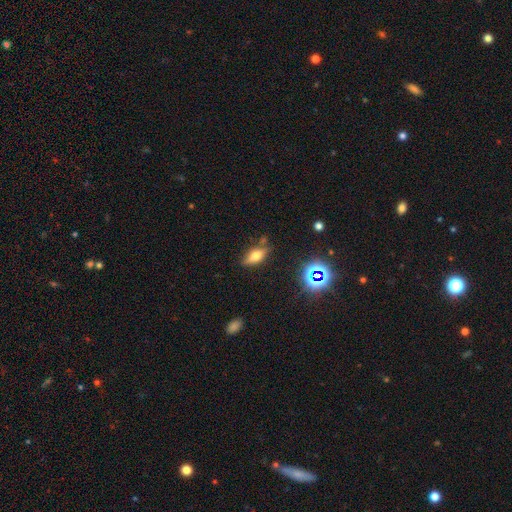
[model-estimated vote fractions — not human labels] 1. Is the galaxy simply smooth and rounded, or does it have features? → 56% smooth, 29% featured or disk, 15% star or artifact.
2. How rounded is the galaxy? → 70% in between, 25% cigar-shaped, 5% round.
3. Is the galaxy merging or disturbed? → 73% none, 18% minor disturbance, 5% merger, 5% major disturbance.